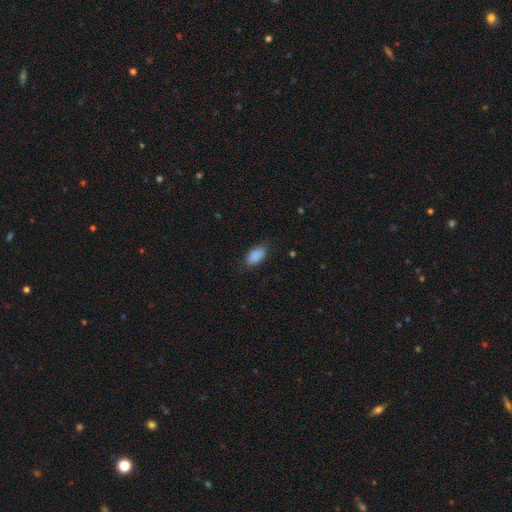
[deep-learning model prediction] smooth_or_featured: smooth (p=0.89) [alt: star or artifact p=0.07]
how_rounded: in between (p=0.92) [alt: round p=0.04]
merging: none (p=0.81) [alt: minor disturbance p=0.14]